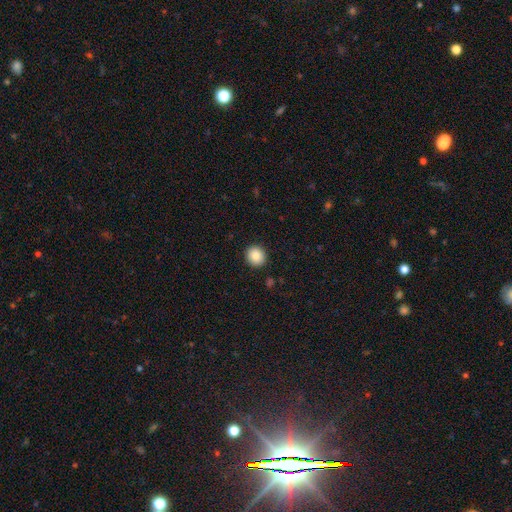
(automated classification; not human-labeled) A smooth galaxy with no disk features (87%) that is round (88%).

Vote fractions:
- Smooth or featured? smooth: 87% / star or artifact: 9% / featured or disk: 5%
- How rounded? round: 88% / in between: 12% / cigar-shaped: 1%
- Merging? none: 92% / minor disturbance: 5% / major disturbance: 2% / merger: 1%